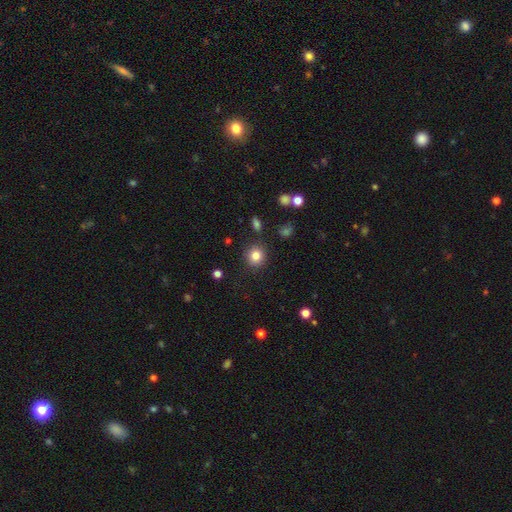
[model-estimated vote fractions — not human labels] Overall: smooth (82%). How rounded: round (89%). Merging: none (87%).